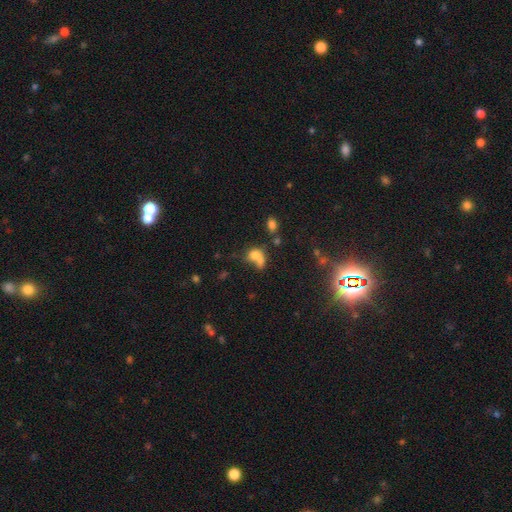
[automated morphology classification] Smooth or featured? Predicted: smooth (p=0.70). How rounded? Predicted: in between (p=0.56). Merging? Predicted: merger (p=0.49).